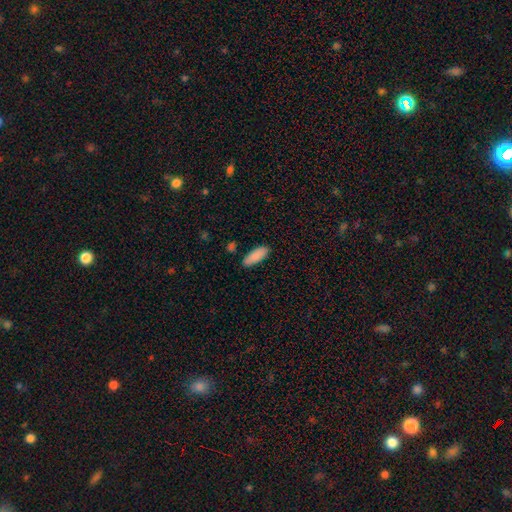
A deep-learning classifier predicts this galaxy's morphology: This appears to be a smooth galaxy with no disk features (88%) that is in between round and cigar-shaped (70%). Merging: none (85%).